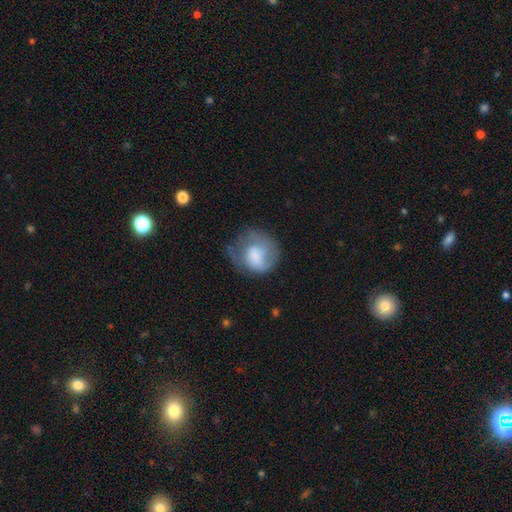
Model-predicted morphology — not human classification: A smooth galaxy with no disk features (54%) that is round (73%). Merging: none (39%).